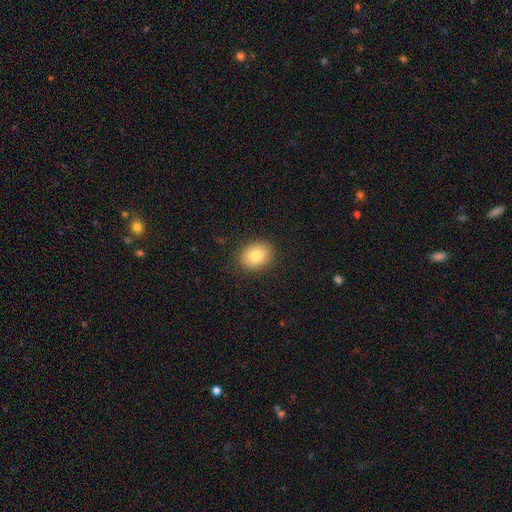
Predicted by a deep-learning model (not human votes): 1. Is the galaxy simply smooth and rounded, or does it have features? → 80% smooth, 11% featured or disk, 9% star or artifact.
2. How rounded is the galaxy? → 52% in between, 47% round, 1% cigar-shaped.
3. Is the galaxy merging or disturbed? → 86% none, 10% minor disturbance, 3% major disturbance, 1% merger.